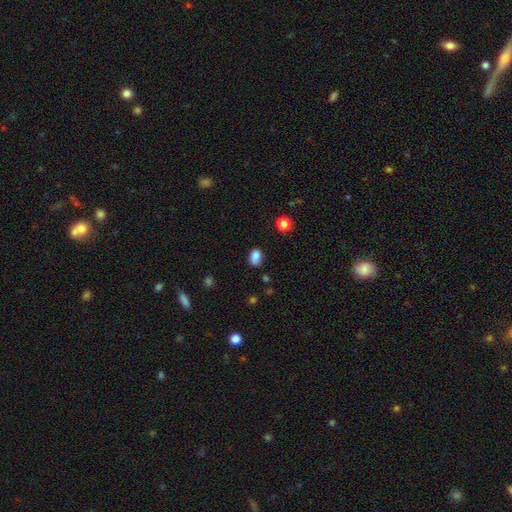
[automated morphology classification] A smooth galaxy with no disk features (83%) that is in between round and cigar-shaped (72%).

Vote fractions:
- Smooth or featured? smooth: 83% / star or artifact: 11% / featured or disk: 6%
- How rounded? in between: 72% / round: 26% / cigar-shaped: 1%
- Merging? none: 64% / minor disturbance: 26% / major disturbance: 7% / merger: 4%